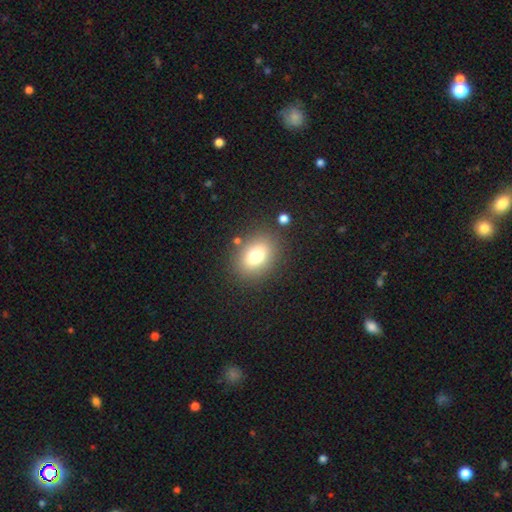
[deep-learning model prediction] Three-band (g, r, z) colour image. It shows a smooth galaxy with no disk features (76%) that is in between round and cigar-shaped (65%). Merging: none (83%).